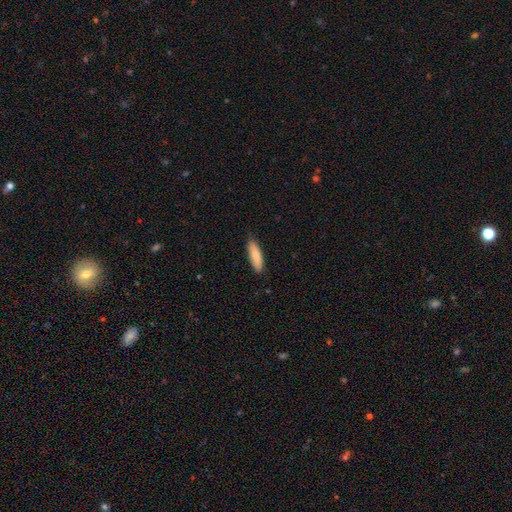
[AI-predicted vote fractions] The model was most divided on "how rounded": cigar-shaped: 58%, in between: 41%, round: 2%. More confident: merging — none (85%); smooth or featured — smooth (80%).